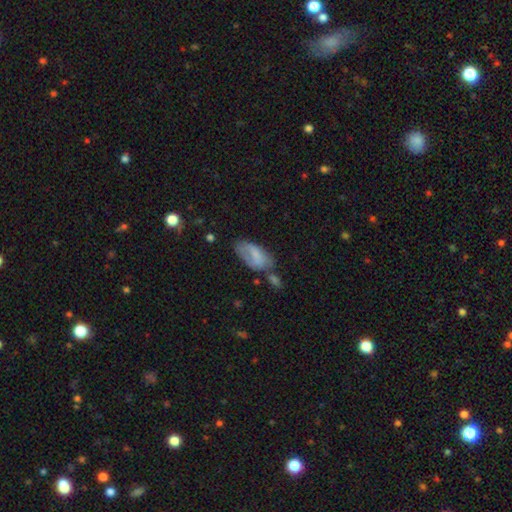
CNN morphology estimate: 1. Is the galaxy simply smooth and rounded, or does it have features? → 66% smooth, 26% featured or disk, 8% star or artifact.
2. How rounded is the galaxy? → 92% in between, 5% cigar-shaped, 3% round.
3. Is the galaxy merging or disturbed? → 37% none, 31% minor disturbance, 19% major disturbance, 13% merger.